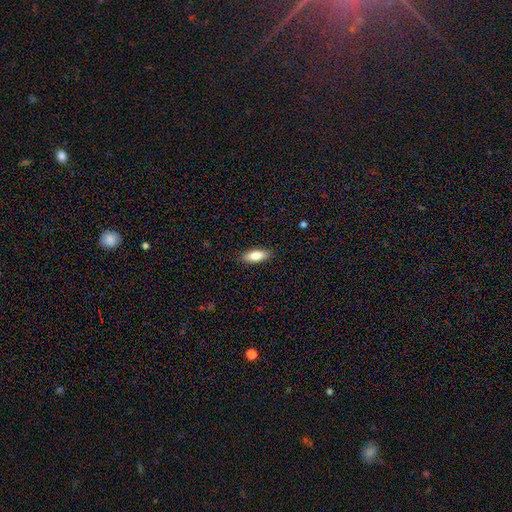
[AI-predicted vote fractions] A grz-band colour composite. It shows a smooth galaxy with no disk features (83%) that is in between round and cigar-shaped (69%). Merging: none (88%).